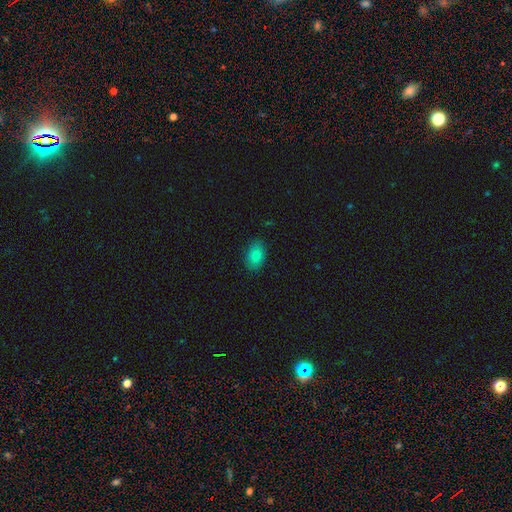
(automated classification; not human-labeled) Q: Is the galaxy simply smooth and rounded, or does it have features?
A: smooth — 82%.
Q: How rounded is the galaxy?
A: in between — 82%.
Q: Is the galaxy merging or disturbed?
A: none — 86%.